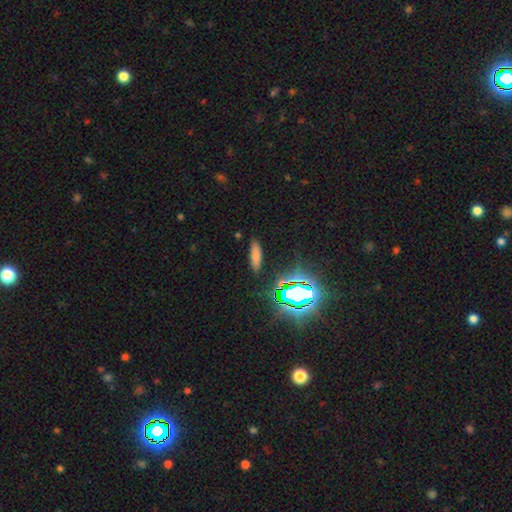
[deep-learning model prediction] smooth_or_featured: smooth (p=0.67) [alt: star or artifact p=0.22]
how_rounded: cigar-shaped (p=0.62) [alt: in between p=0.35]
merging: none (p=0.87) [alt: minor disturbance p=0.09]